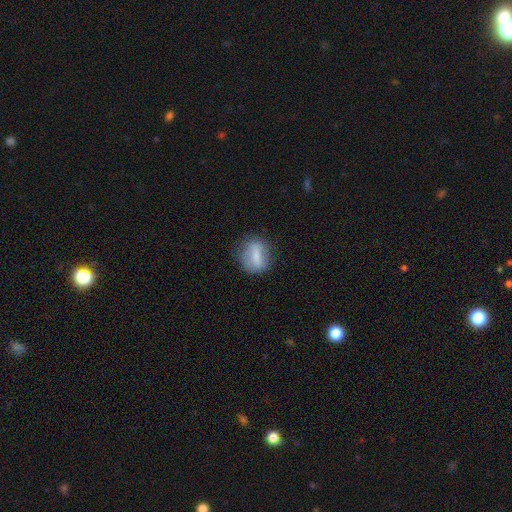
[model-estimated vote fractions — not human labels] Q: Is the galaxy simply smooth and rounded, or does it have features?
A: smooth — 63%.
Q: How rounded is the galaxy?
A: in between — 51%.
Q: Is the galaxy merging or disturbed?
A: none — 71%.